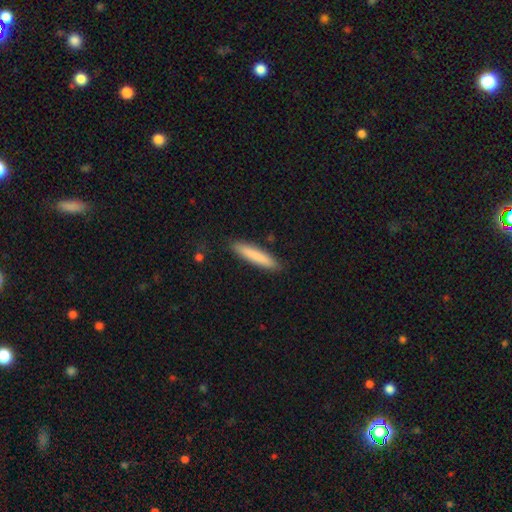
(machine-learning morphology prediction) smooth 82%, featured or disk 13%, star or artifact 6%. Down the decision tree: how rounded — cigar-shaped (90%); merging — none (89%).